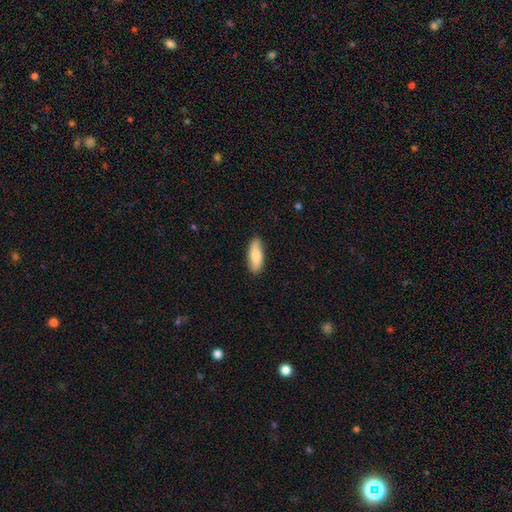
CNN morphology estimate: A smooth galaxy with no disk features (76%) that is in between round and cigar-shaped (68%).

Vote fractions:
- Smooth or featured? smooth: 76% / featured or disk: 19% / star or artifact: 6%
- How rounded? in between: 68% / cigar-shaped: 30% / round: 2%
- Merging? none: 86% / minor disturbance: 11% / major disturbance: 2% / merger: 1%